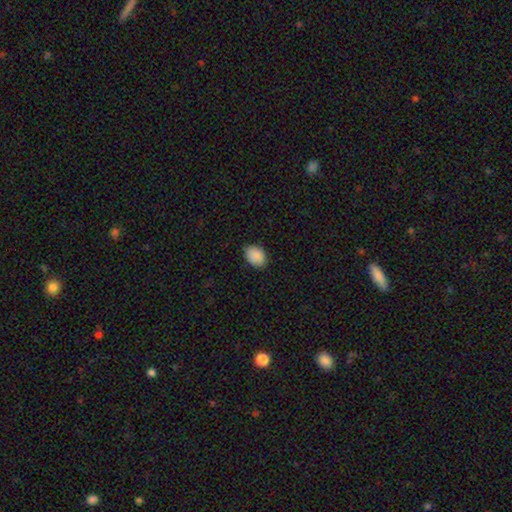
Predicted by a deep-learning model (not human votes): Overall: smooth (90%). How rounded: in between (77%). Merging: none (84%).